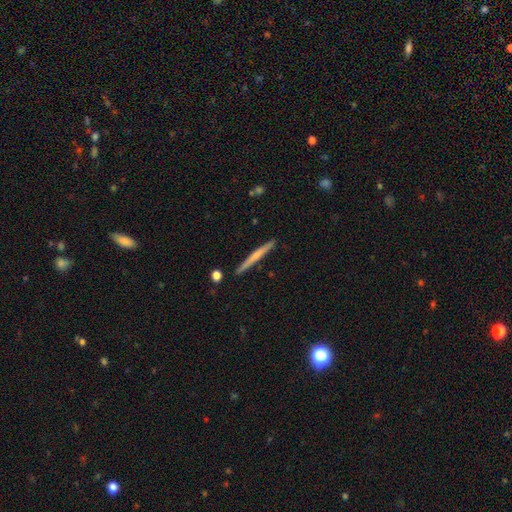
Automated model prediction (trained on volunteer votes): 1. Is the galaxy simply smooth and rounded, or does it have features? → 48% smooth, 47% featured or disk, 5% star or artifact.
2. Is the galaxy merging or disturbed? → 90% none, 7% minor disturbance, 2% merger, 1% major disturbance.